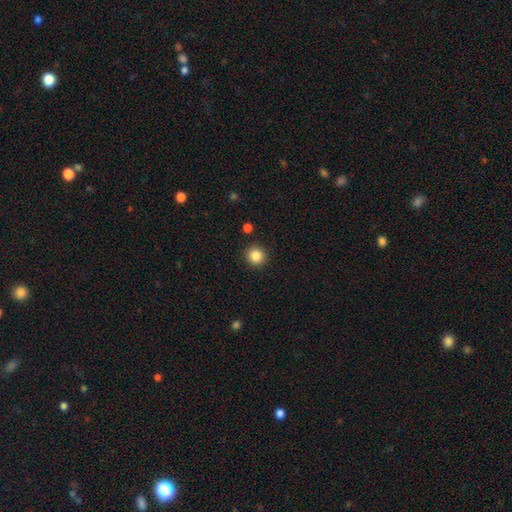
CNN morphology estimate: Overall: smooth (85%). How rounded: round (92%). Merging: none (91%).